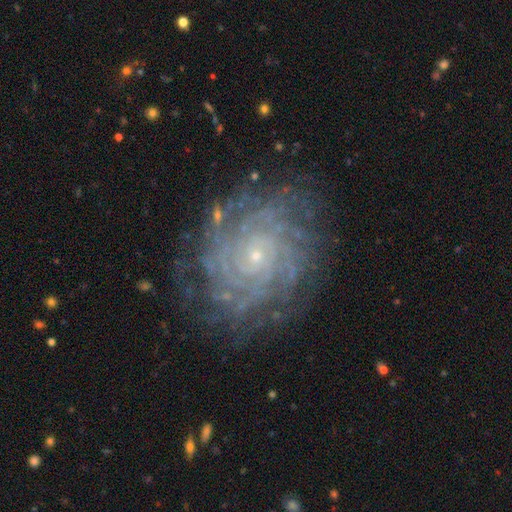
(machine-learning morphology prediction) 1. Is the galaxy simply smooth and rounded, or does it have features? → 87% featured or disk, 7% star or artifact, 6% smooth.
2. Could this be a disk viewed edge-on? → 97% no, 3% yes.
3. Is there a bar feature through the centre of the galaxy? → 80% no, 15% weak, 5% strong.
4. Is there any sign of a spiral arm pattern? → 97% yes, 3% no.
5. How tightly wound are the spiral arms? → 83% tight, 14% medium, 3% loose.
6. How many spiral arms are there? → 28% more than 4, 26% can't tell, 18% 4, 10% 3, 9% 2, 8% 1.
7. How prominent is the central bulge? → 87% small, 9% moderate, 2% none, 1% large, 1% dominant.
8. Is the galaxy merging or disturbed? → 80% none, 13% minor disturbance, 5% major disturbance, 1% merger.